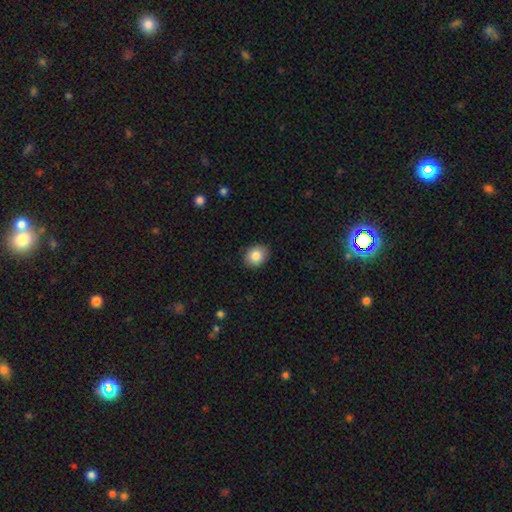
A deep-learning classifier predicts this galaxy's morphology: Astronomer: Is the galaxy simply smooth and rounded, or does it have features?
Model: smooth — 85%.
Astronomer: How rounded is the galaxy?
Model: round — 52% (runner-up: in between, 47%).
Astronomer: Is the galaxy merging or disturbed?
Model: none — 89%.